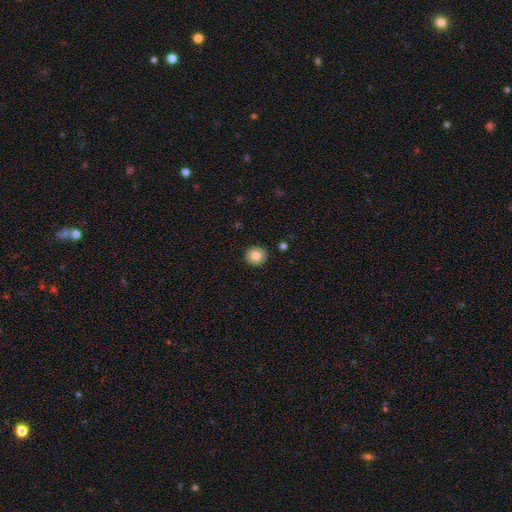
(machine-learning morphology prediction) This appears to be a smooth galaxy with no disk features (82%) that is round (92%). Merging: none (92%).